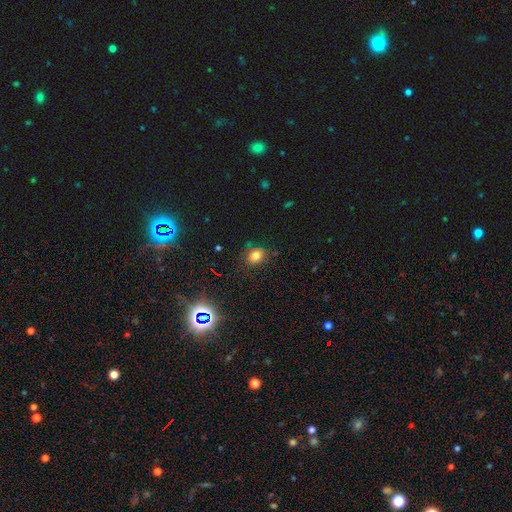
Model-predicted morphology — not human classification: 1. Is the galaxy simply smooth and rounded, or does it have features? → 77% smooth, 16% star or artifact, 7% featured or disk.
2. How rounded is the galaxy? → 53% in between, 46% round, 1% cigar-shaped.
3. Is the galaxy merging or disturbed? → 77% none, 17% minor disturbance, 4% major disturbance, 3% merger.